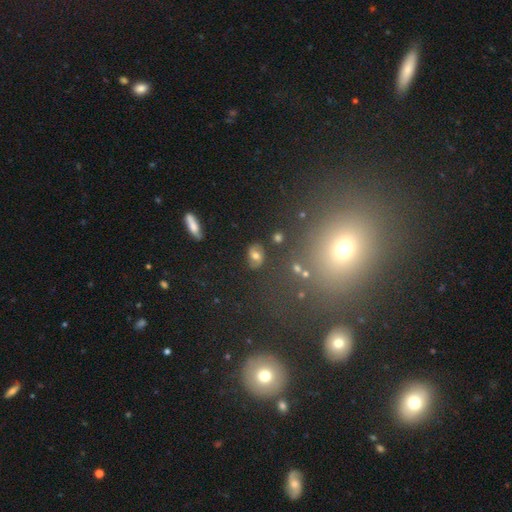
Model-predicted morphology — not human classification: Smooth or featured? Predicted: smooth (p=0.52). How rounded? Predicted: in between (p=0.68). Merging? Predicted: none (p=0.78).